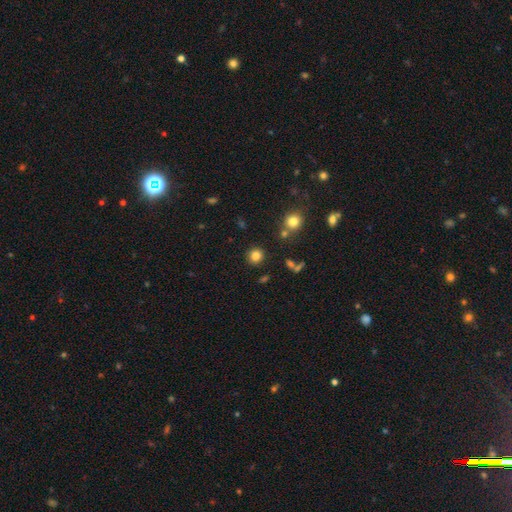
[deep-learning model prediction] Smooth or featured?
  - smooth: 83% *
  - star or artifact: 12%
  - featured or disk: 5%
How rounded?
  - round: 90% *
  - in between: 10%
  - cigar-shaped: 1%
Merging?
  - none: 88% *
  - minor disturbance: 6%
  - merger: 3%
  - major disturbance: 2%